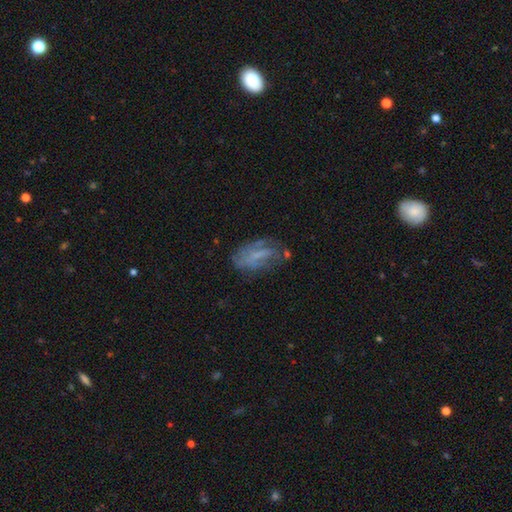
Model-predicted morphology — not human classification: featured or disk 50%, smooth 38%, star or artifact 12%. Down the decision tree: edge-on disk — no (92%); merging — none (47%).